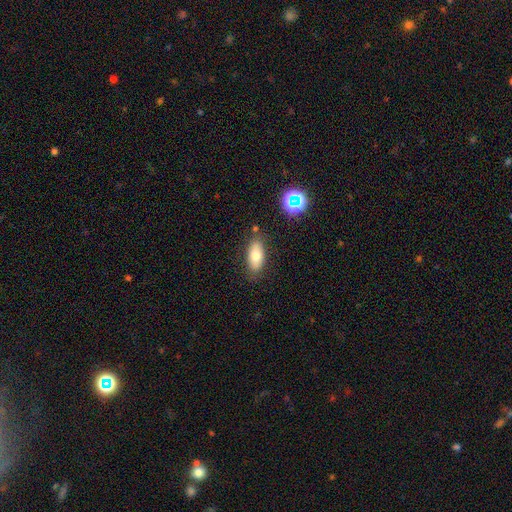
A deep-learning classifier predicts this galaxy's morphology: Smooth or featured?
  - smooth: 74% *
  - featured or disk: 16%
  - star or artifact: 9%
How rounded?
  - in between: 87% *
  - cigar-shaped: 9%
  - round: 4%
Merging?
  - none: 81% *
  - minor disturbance: 13%
  - merger: 3%
  - major disturbance: 3%